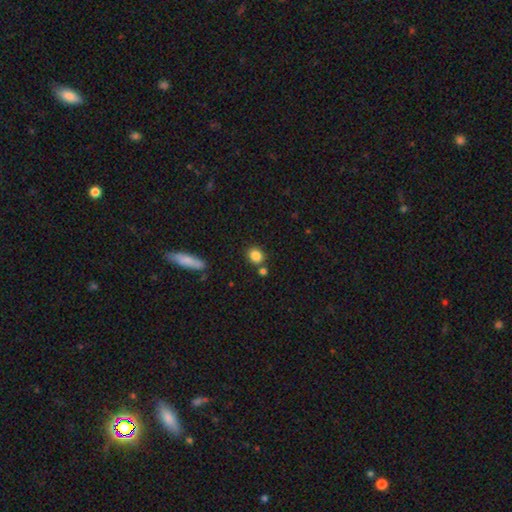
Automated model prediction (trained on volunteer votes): Smooth or featured: smooth — 84% (star or artifact — 10%)
How rounded: round — 64% (in between — 35%)
Merging: none — 75% (merger — 12%)